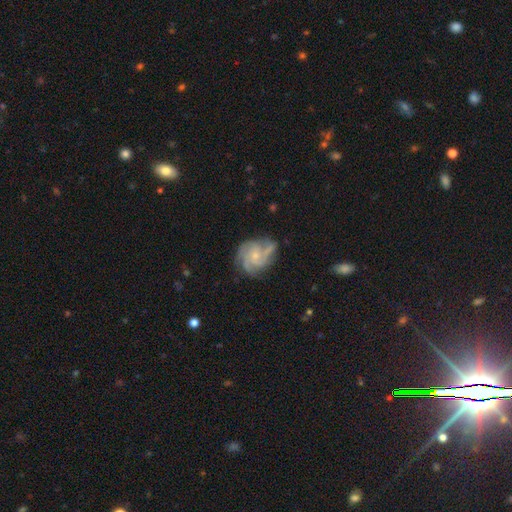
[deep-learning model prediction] Smooth or featured?
  - featured or disk: 83% *
  - smooth: 11%
  - star or artifact: 7%
Edge-on disk?
  - no: 98% *
  - yes: 2%
Bar?
  - no: 74% *
  - weak: 23%
  - strong: 3%
Spiral arms?
  - yes: 96% *
  - no: 4%
Spiral winding?
  - tight: 44% *
  - medium: 43%
  - loose: 12%
Spiral arm count?
  - 3: 45% *
  - 4: 23%
  - can't tell: 13%
  - 2: 9%
  - more than 4: 5%
  - 1: 5%
Bulge size?
  - small: 69% *
  - moderate: 25%
  - none: 4%
  - large: 1%
  - dominant: 1%
Merging?
  - none: 68% *
  - minor disturbance: 21%
  - major disturbance: 9%
  - merger: 3%